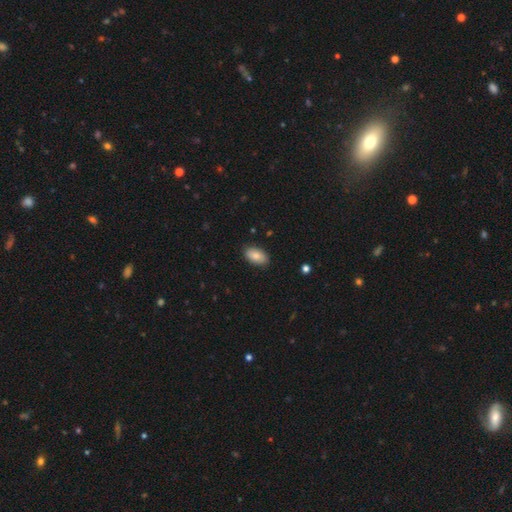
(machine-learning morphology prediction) Smooth or featured?
  - smooth: 83% *
  - featured or disk: 11%
  - star or artifact: 7%
How rounded?
  - in between: 94% *
  - round: 4%
  - cigar-shaped: 2%
Merging?
  - none: 87% *
  - minor disturbance: 10%
  - major disturbance: 2%
  - merger: 1%